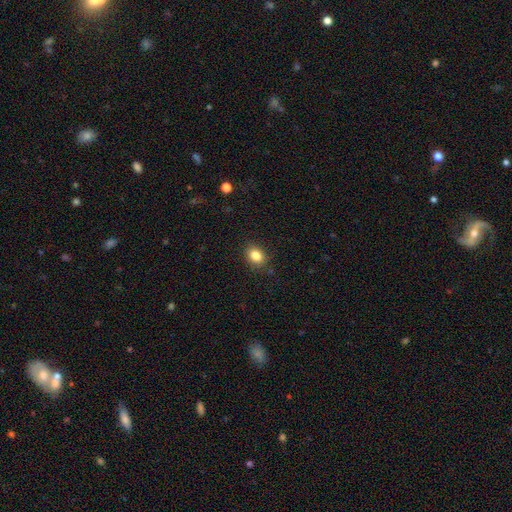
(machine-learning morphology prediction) Smooth or featured? smooth (84%)
How rounded? in between (63%)
Merging? none (86%)